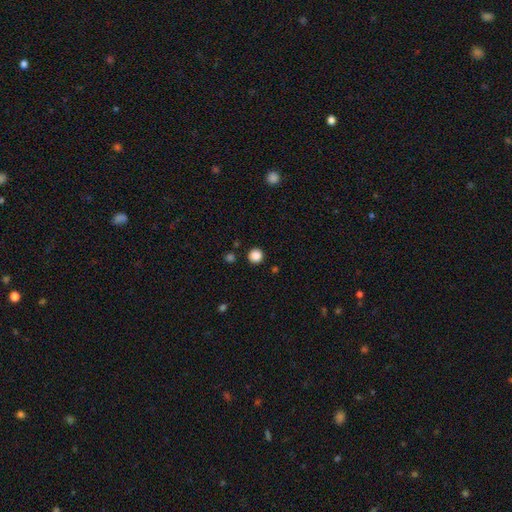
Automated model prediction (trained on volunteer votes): Smooth or featured?
  - smooth: 86% *
  - star or artifact: 11%
  - featured or disk: 3%
How rounded?
  - round: 95% *
  - in between: 4%
  - cigar-shaped: 1%
Merging?
  - none: 91% *
  - minor disturbance: 5%
  - merger: 2%
  - major disturbance: 2%